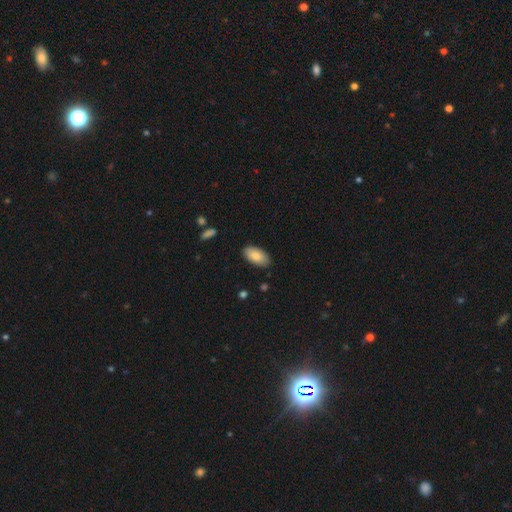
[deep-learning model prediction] A smooth galaxy with no disk features (86%) that is in between round and cigar-shaped (95%).

Vote fractions:
- Smooth or featured? smooth: 86% / featured or disk: 8% / star or artifact: 6%
- How rounded? in between: 95% / cigar-shaped: 3% / round: 2%
- Merging? none: 87% / minor disturbance: 10% / major disturbance: 2% / merger: 1%